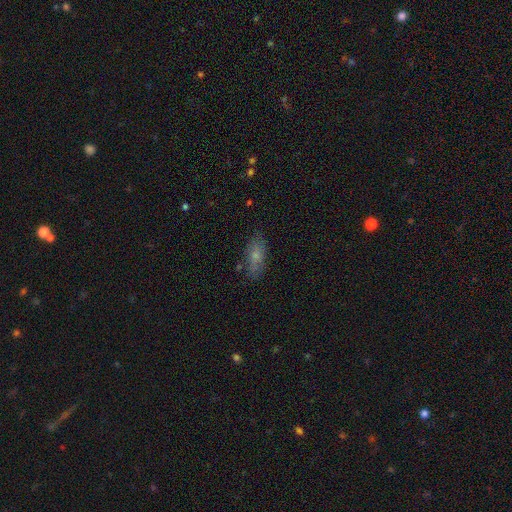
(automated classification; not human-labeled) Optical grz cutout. It shows a smooth galaxy with no disk features (69%) that is in between round and cigar-shaped (76%). Merging: none (74%).